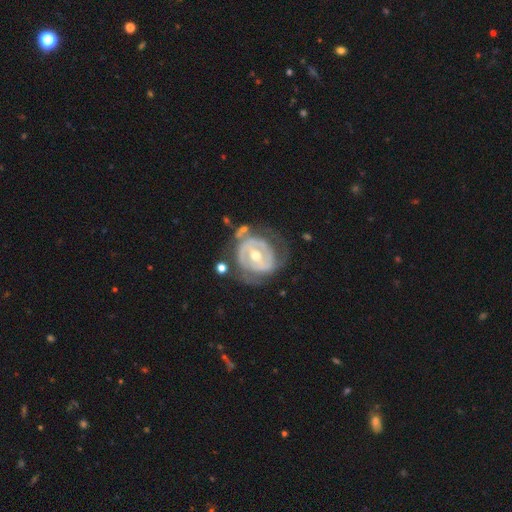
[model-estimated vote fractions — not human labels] The model was most divided on "bar": weak: 39%, strong: 32%, no: 29%. Remaining: edge-on disk — no (97%); smooth or featured — featured or disk (81%); spiral arms — yes (70%); bulge size — moderate (68%); spiral winding — tight (60%); merging — none (57%); spiral arm count — 2 (49%).